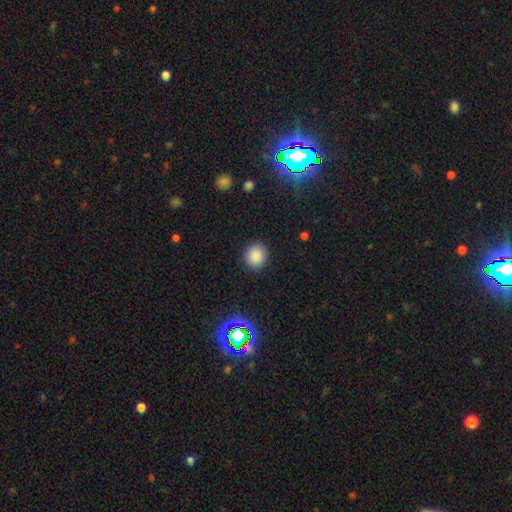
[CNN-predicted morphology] Smooth or featured?
  - smooth: 86% *
  - star or artifact: 10%
  - featured or disk: 3%
How rounded?
  - round: 83% *
  - in between: 16%
  - cigar-shaped: 1%
Merging?
  - none: 90% *
  - minor disturbance: 7%
  - major disturbance: 2%
  - merger: 1%